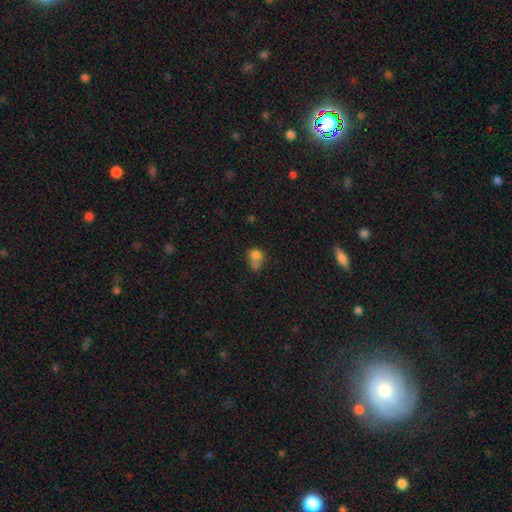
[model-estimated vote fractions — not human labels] This appears to be a smooth galaxy with no disk features (75%) that is round (50%). Merging: merger (31%).